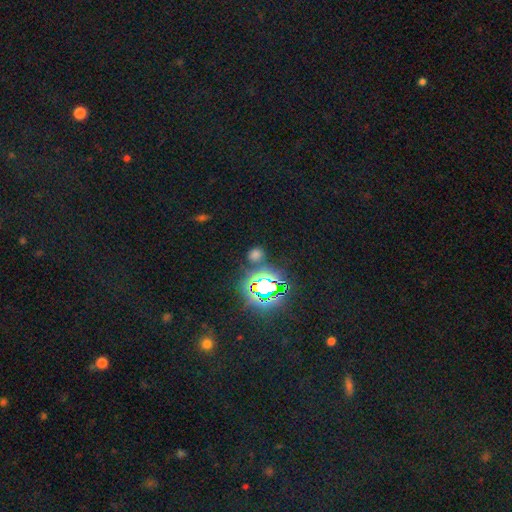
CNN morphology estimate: The model was most divided on "smooth or featured": smooth: 51%, star or artifact: 42%, featured or disk: 6%. More confident: merging — none (78%); how rounded — round (65%).